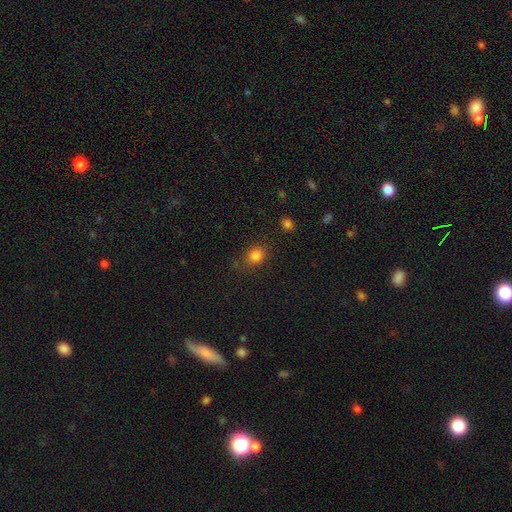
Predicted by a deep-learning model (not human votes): A smooth galaxy with no disk features (82%) that is round (65%). Merging: none (79%).